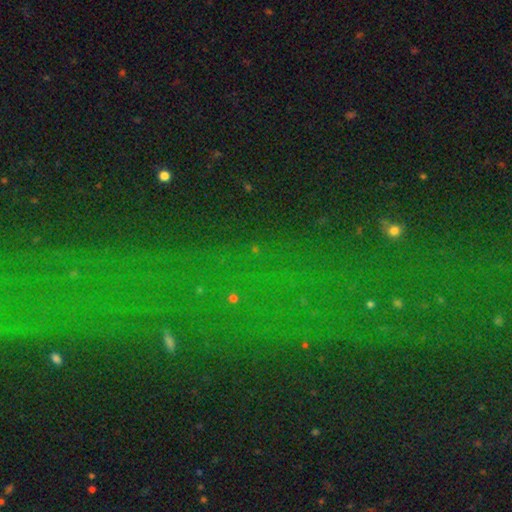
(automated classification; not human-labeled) Smooth or featured? star or artifact (73%)